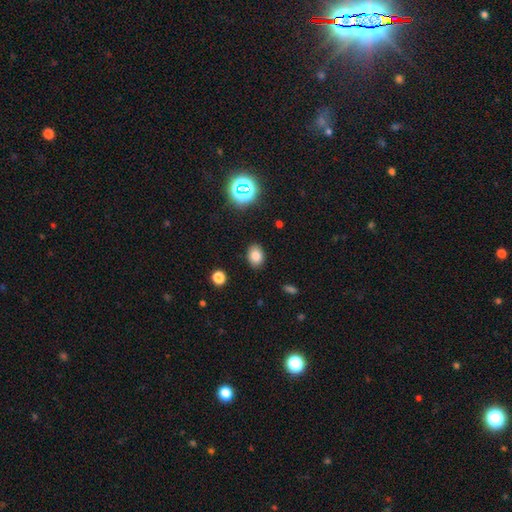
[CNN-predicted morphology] This is clearly a smooth galaxy (81%). How rounded: likely in between (71%). Merging: clearly none (87%).